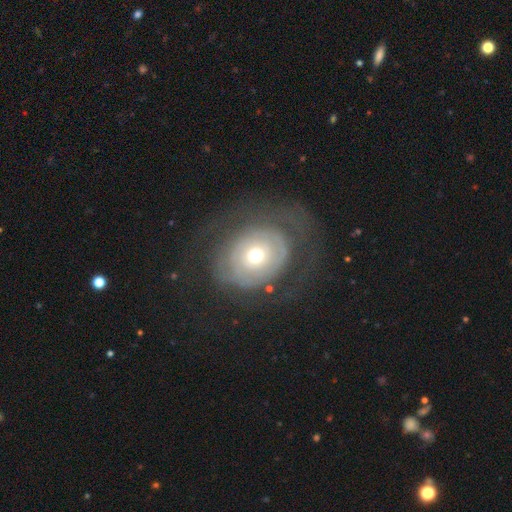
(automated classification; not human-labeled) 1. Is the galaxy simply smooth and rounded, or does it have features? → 58% featured or disk, 33% smooth, 8% star or artifact.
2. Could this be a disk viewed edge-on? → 96% no, 4% yes.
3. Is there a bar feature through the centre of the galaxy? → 89% no, 9% weak, 3% strong.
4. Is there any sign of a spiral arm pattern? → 51% no, 49% yes.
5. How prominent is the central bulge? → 65% moderate, 25% small, 8% large, 2% dominant, 1% none.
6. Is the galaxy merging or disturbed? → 55% none, 26% major disturbance, 18% minor disturbance, 2% merger.